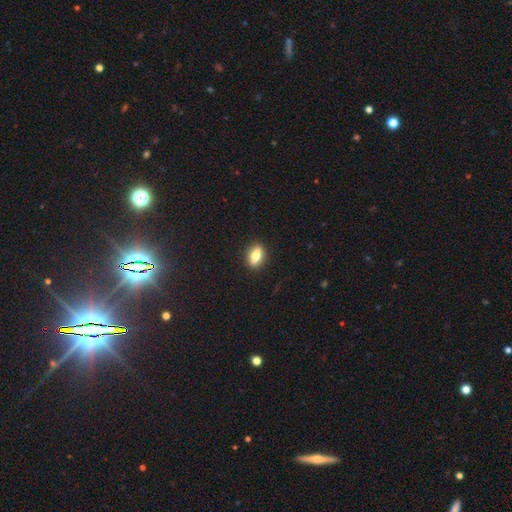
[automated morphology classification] This is likely a smooth galaxy (70%). How rounded: likely in between (77%). Merging: clearly none (89%).